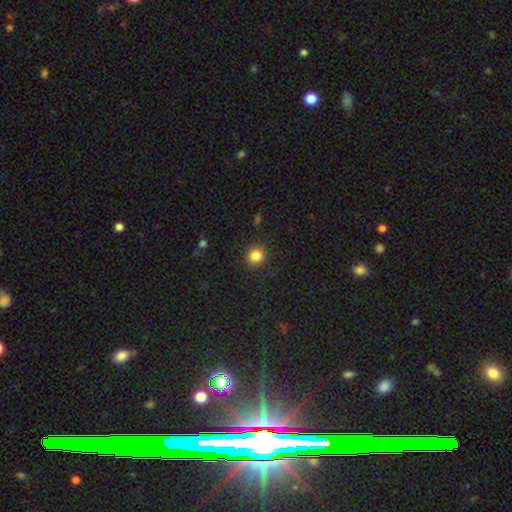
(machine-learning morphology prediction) The model was most divided on "how rounded": round: 84%, in between: 16%, cigar-shaped: 1%. More confident: merging — none (91%); smooth or featured — smooth (85%).